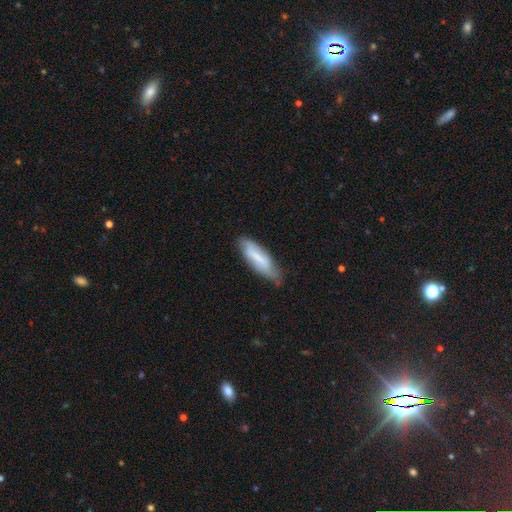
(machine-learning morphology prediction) Overall: smooth (60%; featured or disk 33%). How rounded: cigar-shaped (52%; in between 46%). Merging: none (66%; minor disturbance 27%).